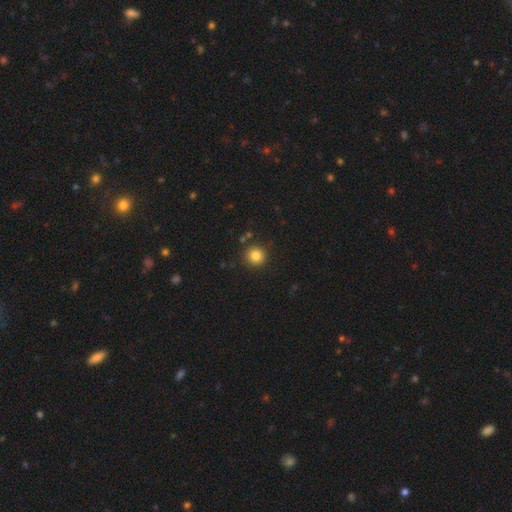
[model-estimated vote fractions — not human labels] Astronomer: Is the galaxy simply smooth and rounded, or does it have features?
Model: smooth — 83%.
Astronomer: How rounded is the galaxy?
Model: round — 94%.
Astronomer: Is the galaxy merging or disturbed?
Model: none — 89%.